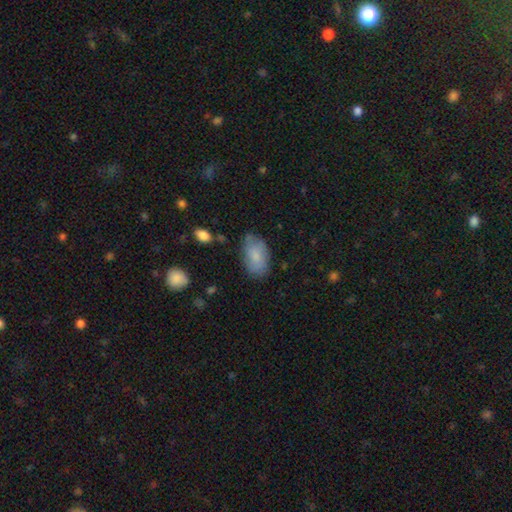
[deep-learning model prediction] smooth-or-featured: smooth: 79% | featured or disk: 14% | star or artifact: 7%
  how-rounded: in between: 93% | round: 6% | cigar-shaped: 2%
  merging: none: 70% | minor disturbance: 22% | major disturbance: 6% | merger: 2%